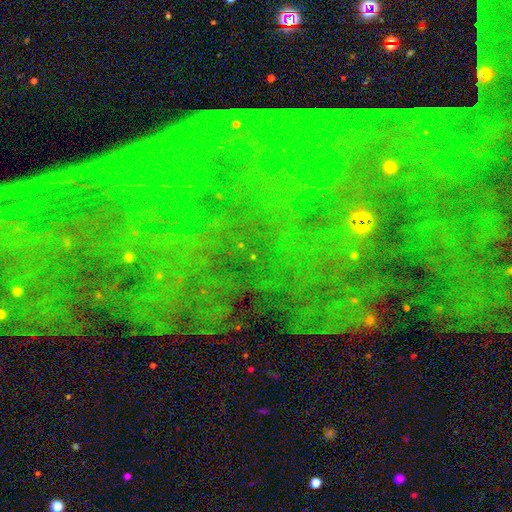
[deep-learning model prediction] Smooth or featured? star or artifact (83%)